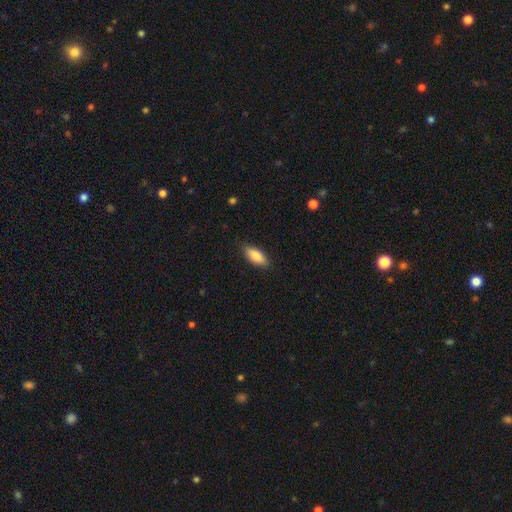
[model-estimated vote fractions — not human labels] A smooth galaxy with no disk features (85%) that is in between round and cigar-shaped (80%). Merging: none (85%).